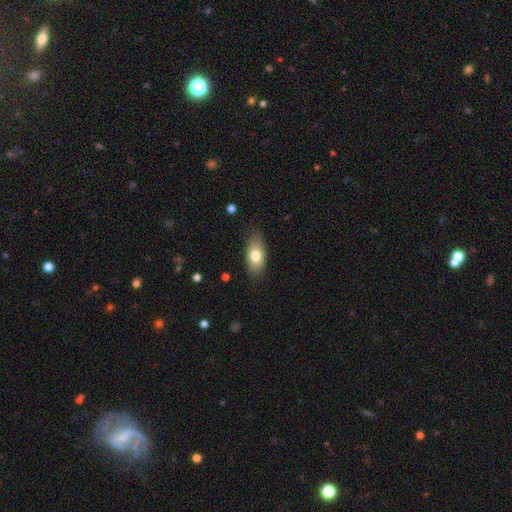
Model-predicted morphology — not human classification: smooth_or_featured: smooth (p=0.77) [alt: featured or disk p=0.16]
how_rounded: in between (p=0.88) [alt: cigar-shaped p=0.06]
merging: none (p=0.78) [alt: minor disturbance p=0.17]